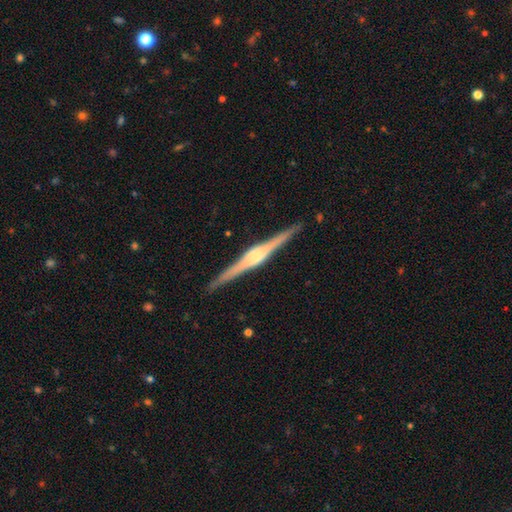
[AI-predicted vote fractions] A featured or disk galaxy (87%) viewed edge-on (99%) with a rounded central bulge (61%).

Vote fractions:
- Smooth or featured? featured or disk: 87% / smooth: 9% / star or artifact: 5%
- Edge-on disk? yes: 99% / no: 1%
- Edge-on bulge? rounded: 61% / boxy: 33% / none: 6%
- Merging? none: 91% / minor disturbance: 6% / major disturbance: 1% / merger: 1%